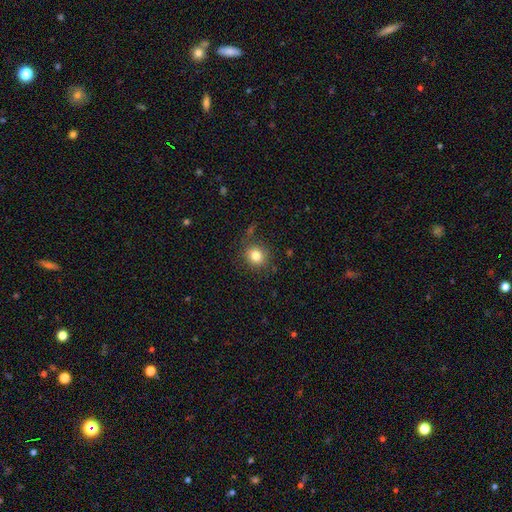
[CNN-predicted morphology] A smooth galaxy with no disk features (82%) that is round (80%). Merging: none (82%).